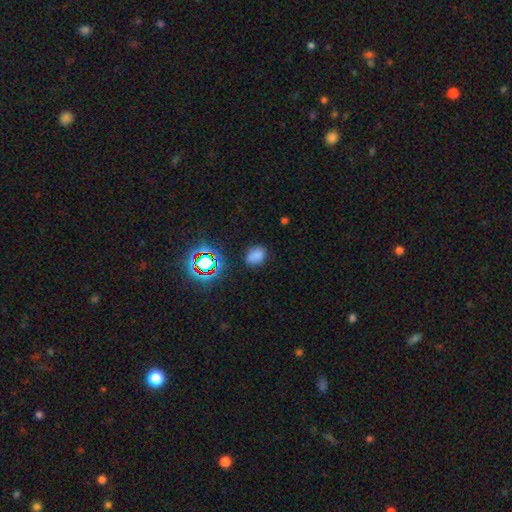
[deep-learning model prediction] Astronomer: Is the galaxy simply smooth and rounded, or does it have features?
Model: smooth — 71%.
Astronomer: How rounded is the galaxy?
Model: in between — 74%.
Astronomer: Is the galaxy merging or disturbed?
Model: none — 73%.